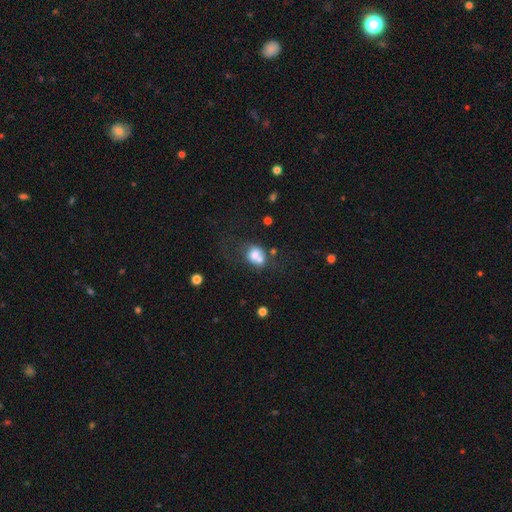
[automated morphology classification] type=smooth (69%); roundness=round (59%); merging=merger (43%).